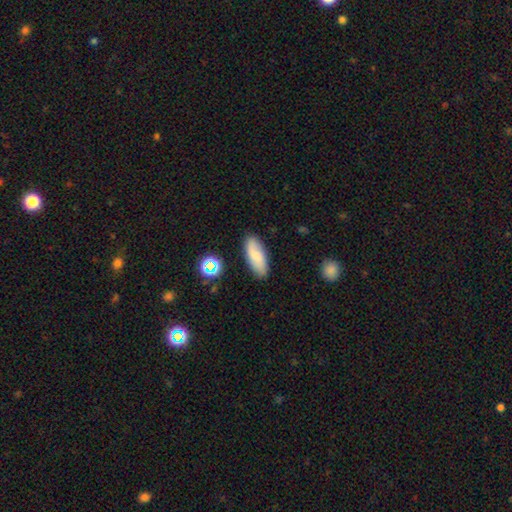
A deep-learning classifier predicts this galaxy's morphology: Q: Smooth or featured?
A: smooth (72%); runner-up: featured or disk (19%)
Q: How rounded?
A: in between (78%); runner-up: cigar-shaped (19%)
Q: Merging?
A: none (82%); runner-up: minor disturbance (13%)